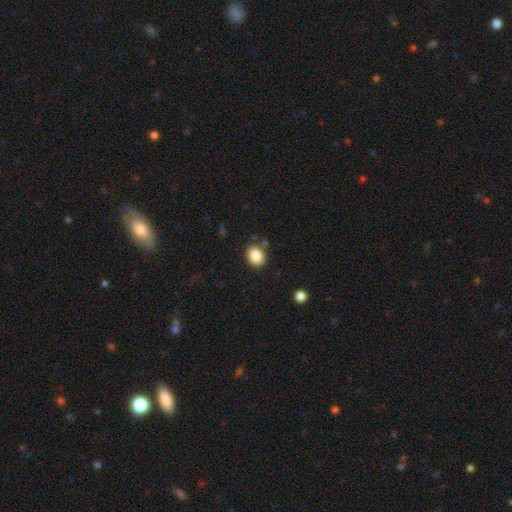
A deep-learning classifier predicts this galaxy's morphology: Overall: smooth (87%). How rounded: in between (50%, tied with round). Merging: none (82%).